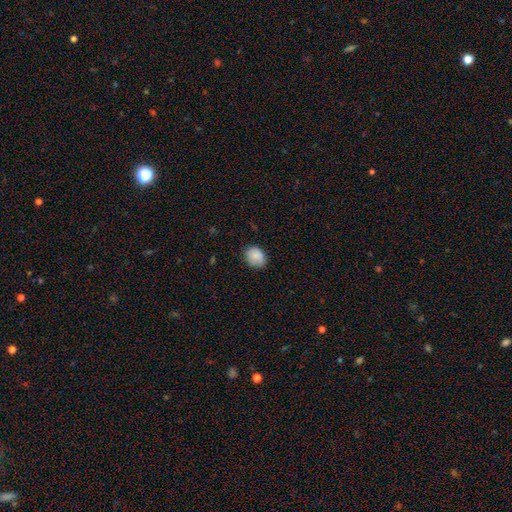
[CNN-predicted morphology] This is clearly a smooth galaxy (85%). How rounded: possibly round (53%). Merging: likely none (77%).